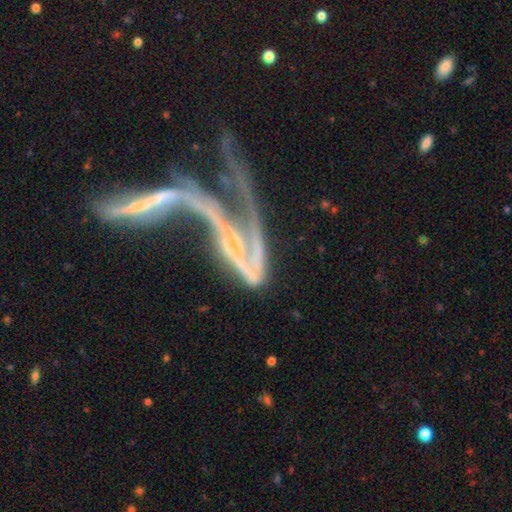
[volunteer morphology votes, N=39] featured or disk 77%, smooth 13%, star or artifact 10%. Down the decision tree: edge-on disk — no (87%); bar — strong (54%); spiral arms — yes (65%); spiral arm count — 2 (88%); spiral winding — loose (94%); bulge size — moderate (42%); merging — merger (54%).